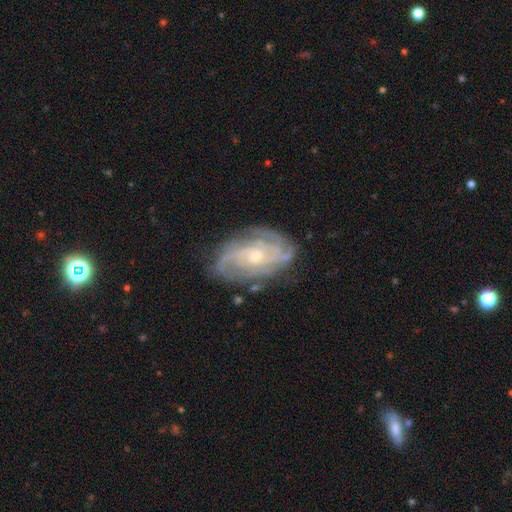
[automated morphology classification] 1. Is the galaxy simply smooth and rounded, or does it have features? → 88% featured or disk, 6% smooth, 6% star or artifact.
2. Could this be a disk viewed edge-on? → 96% no, 4% yes.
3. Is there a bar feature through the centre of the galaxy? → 66% no, 27% weak, 7% strong.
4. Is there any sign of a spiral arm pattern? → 97% yes, 3% no.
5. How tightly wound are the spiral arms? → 64% tight, 30% medium, 6% loose.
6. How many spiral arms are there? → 26% can't tell, 25% 2, 23% 3, 14% 4, 6% more than 4, 6% 1.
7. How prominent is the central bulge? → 62% small, 35% moderate, 1% large, 1% none, 1% dominant.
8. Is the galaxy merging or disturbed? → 75% none, 18% minor disturbance, 6% major disturbance, 2% merger.